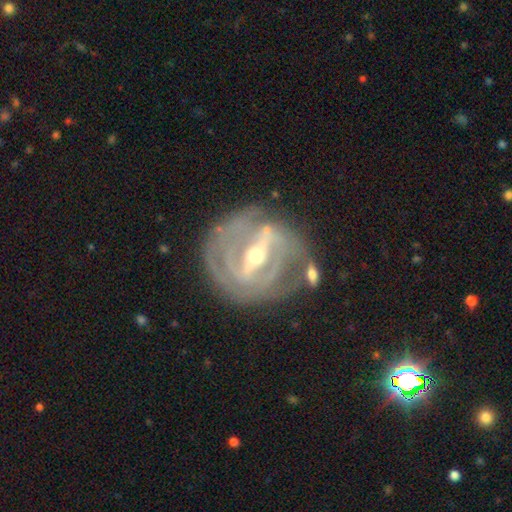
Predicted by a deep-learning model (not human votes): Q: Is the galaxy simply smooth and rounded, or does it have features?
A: featured or disk — 88%.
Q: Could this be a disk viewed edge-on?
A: no — 90%.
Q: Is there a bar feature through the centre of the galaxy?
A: strong — 75%.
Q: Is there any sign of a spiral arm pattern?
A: yes — 81%.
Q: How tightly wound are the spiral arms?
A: tight — 65%.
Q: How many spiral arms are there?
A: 2 — 36%.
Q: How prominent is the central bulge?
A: moderate — 53%.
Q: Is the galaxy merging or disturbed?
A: none — 65%.